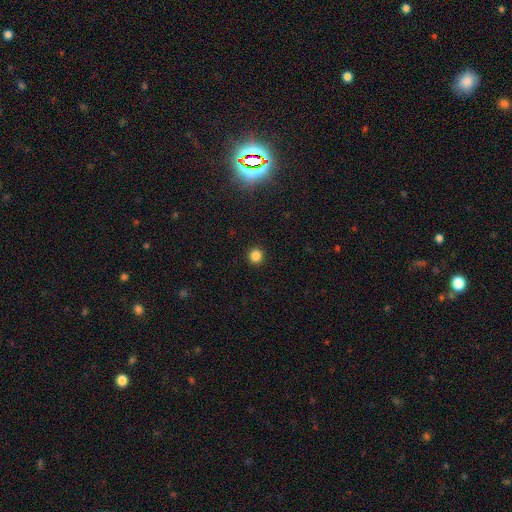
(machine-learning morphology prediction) type=smooth (84%); roundness=round (93%); merging=none (93%).